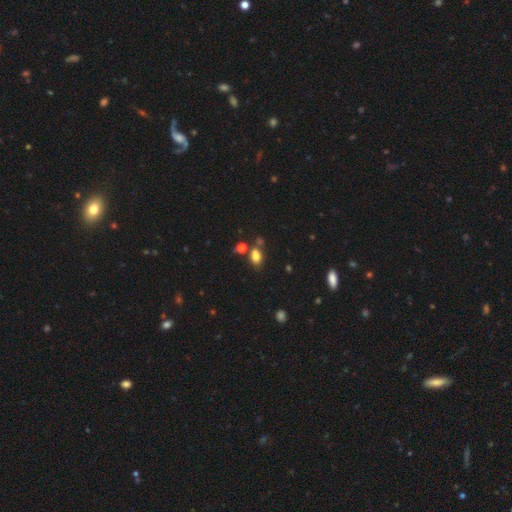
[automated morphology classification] Smooth or featured? smooth (80%)
How rounded? in between (81%)
Merging? none (59%)